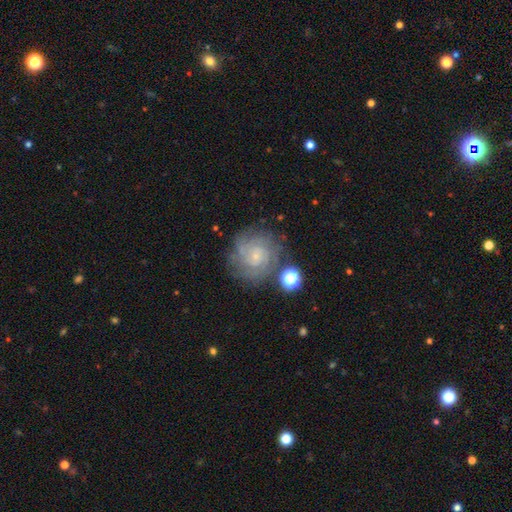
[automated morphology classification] type=featured or disk (72%); edge-on=no (98%); bar=no (78%); spiral arms=yes (92%); winding=tight (69%); arm count=can't tell (42%); bulge=small (81%); merging=none (72%).